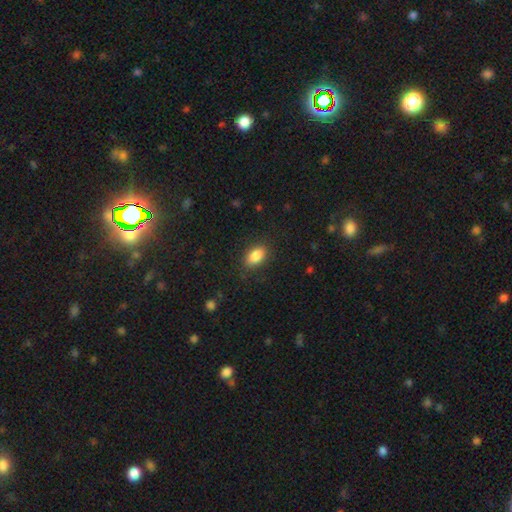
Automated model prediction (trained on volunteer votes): Q: Smooth or featured?
A: smooth (86%); runner-up: star or artifact (8%)
Q: How rounded?
A: in between (89%); runner-up: round (8%)
Q: Merging?
A: none (85%); runner-up: minor disturbance (11%)